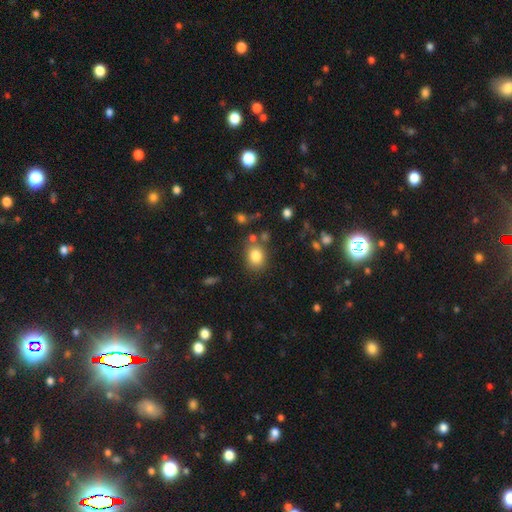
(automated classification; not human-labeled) smooth 82%, star or artifact 10%, featured or disk 7%. Down the decision tree: how rounded — round (53%); merging — none (73%).